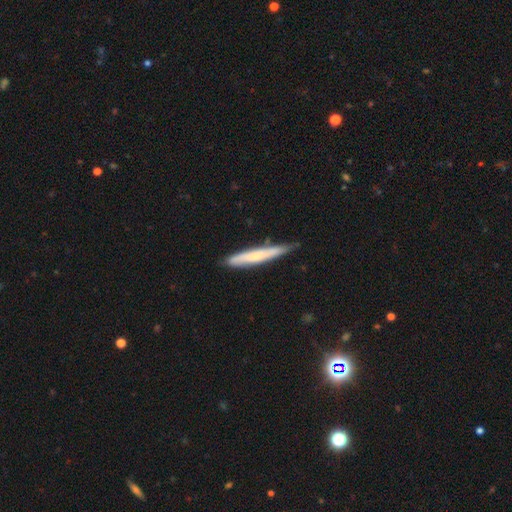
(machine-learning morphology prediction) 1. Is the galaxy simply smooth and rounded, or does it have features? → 60% smooth, 35% featured or disk, 6% star or artifact.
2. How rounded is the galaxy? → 95% cigar-shaped, 4% in between, 1% round.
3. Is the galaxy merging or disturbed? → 75% none, 20% minor disturbance, 3% major disturbance, 2% merger.